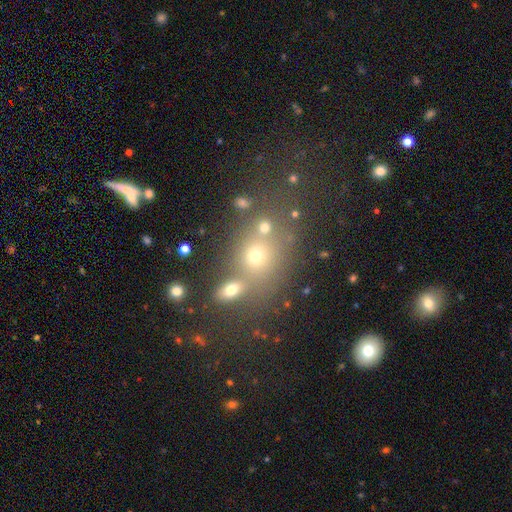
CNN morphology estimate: type=smooth (62%); roundness=round (58%); merging=none (55%).